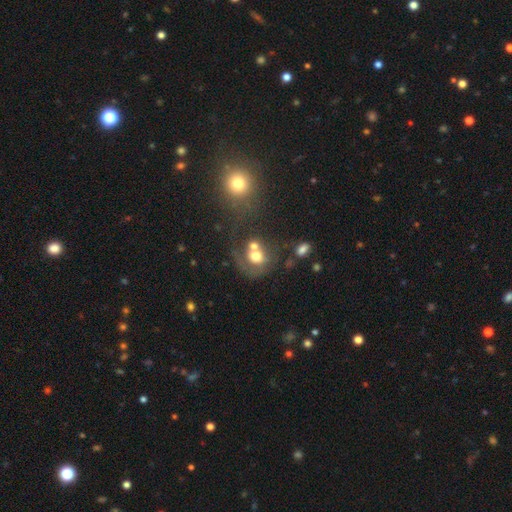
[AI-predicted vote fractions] Smooth or featured?
  - smooth: 55% *
  - featured or disk: 34%
  - star or artifact: 11%
How rounded?
  - round: 66% *
  - in between: 33%
  - cigar-shaped: 1%
Merging?
  - merger: 52% *
  - none: 24%
  - major disturbance: 15%
  - minor disturbance: 10%